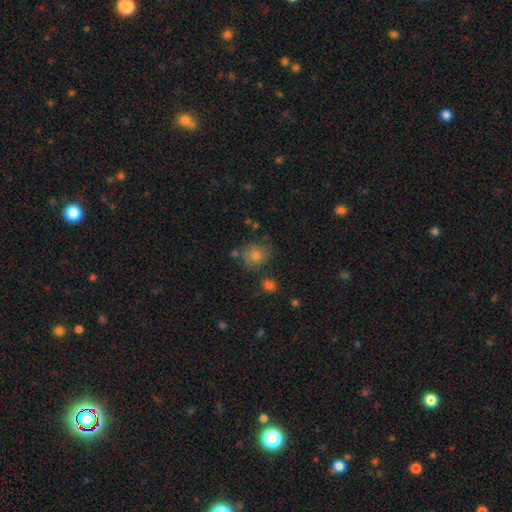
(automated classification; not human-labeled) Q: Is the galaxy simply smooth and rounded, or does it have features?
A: smooth — 74%.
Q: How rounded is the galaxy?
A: round — 82%.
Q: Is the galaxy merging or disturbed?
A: none — 73%.